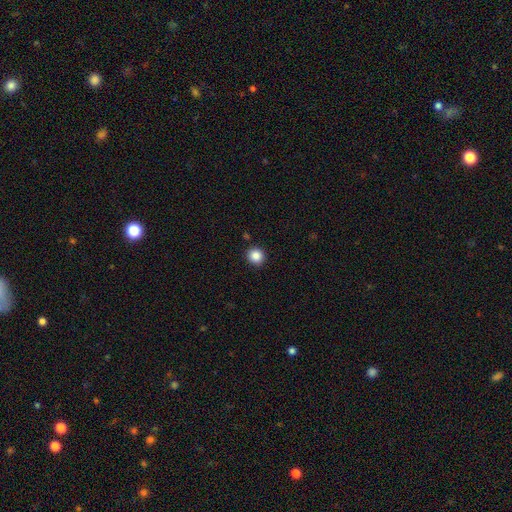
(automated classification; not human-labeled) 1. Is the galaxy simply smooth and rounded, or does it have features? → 87% smooth, 10% star or artifact, 3% featured or disk.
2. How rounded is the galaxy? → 92% round, 7% in between, 1% cigar-shaped.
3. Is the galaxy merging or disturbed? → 91% none, 6% minor disturbance, 2% major disturbance, 2% merger.